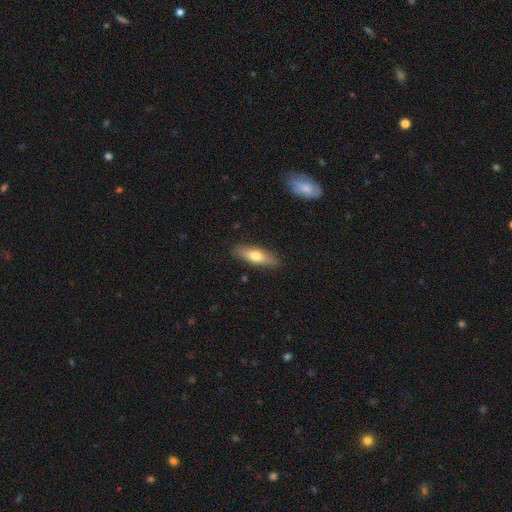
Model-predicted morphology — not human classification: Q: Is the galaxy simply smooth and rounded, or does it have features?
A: smooth — 66%.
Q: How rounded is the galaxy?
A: in between — 50%.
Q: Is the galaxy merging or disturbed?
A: none — 87%.